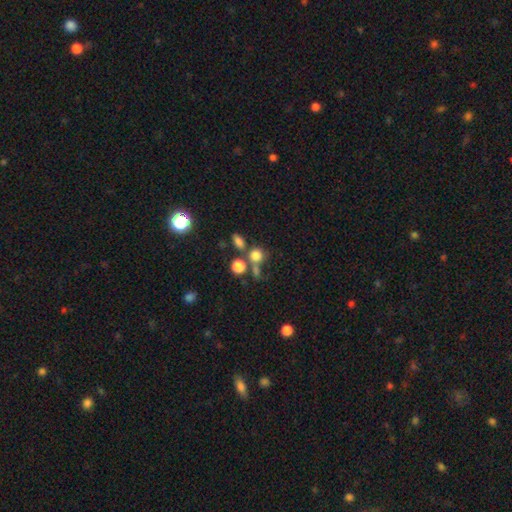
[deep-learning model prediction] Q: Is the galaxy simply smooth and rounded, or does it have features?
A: smooth — 75%.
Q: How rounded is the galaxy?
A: round — 80%.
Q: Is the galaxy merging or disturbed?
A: none — 52%.